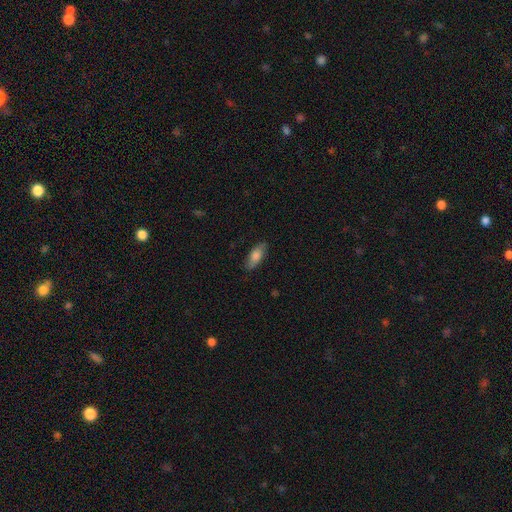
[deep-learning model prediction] Smooth or featured?
  - smooth: 76% *
  - featured or disk: 18%
  - star or artifact: 7%
How rounded?
  - in between: 77% *
  - cigar-shaped: 20%
  - round: 2%
Merging?
  - none: 82% *
  - minor disturbance: 14%
  - major disturbance: 3%
  - merger: 1%